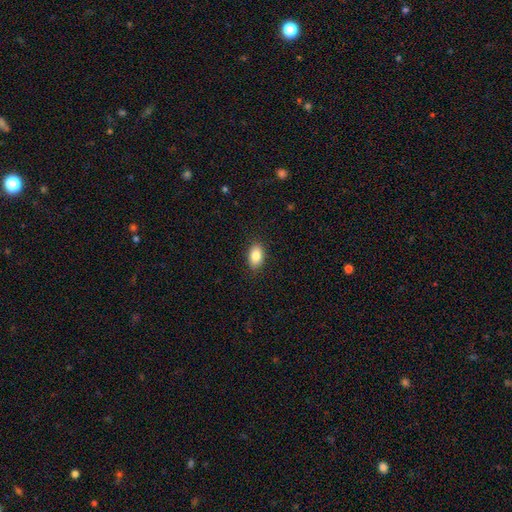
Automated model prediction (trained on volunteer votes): Morphology: type=smooth (86%); roundness=in between (89%); merging=none (88%).